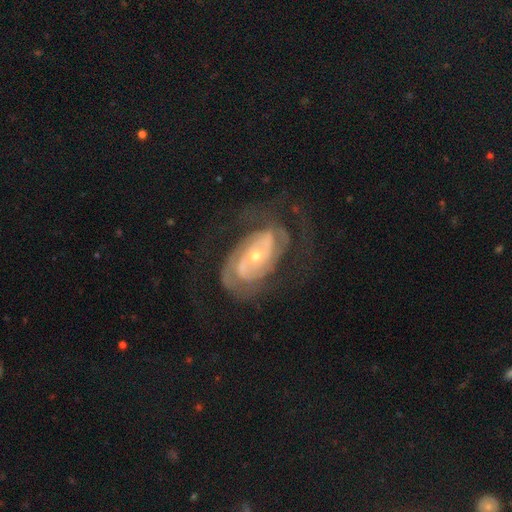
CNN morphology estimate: Smooth or featured? featured or disk (87%)
Edge-on disk? no (96%)
Bar? no (55%)
Spiral arms? yes (93%)
Spiral winding? tight (57%)
Spiral arm count? 2 (55%)
Bulge size? small (54%)
Merging? none (60%)